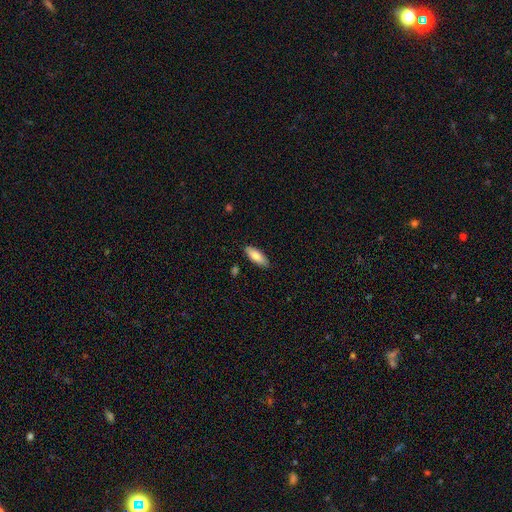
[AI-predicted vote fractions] Smooth or featured?
  - smooth: 83% *
  - featured or disk: 11%
  - star or artifact: 6%
How rounded?
  - in between: 71% *
  - cigar-shaped: 27%
  - round: 2%
Merging?
  - none: 85% *
  - minor disturbance: 12%
  - major disturbance: 2%
  - merger: 2%